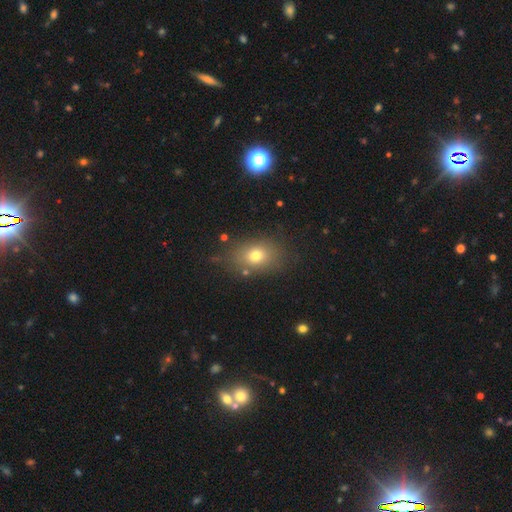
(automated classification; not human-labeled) Morphology: type=smooth (73%); roundness=in between (65%); merging=none (78%).